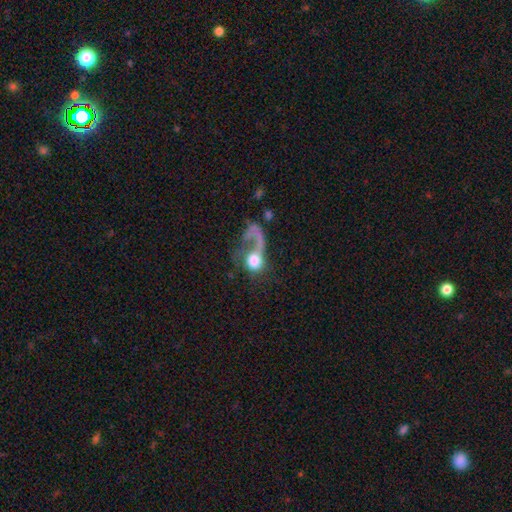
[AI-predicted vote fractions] Smooth or featured?
  - featured or disk: 54% *
  - smooth: 33%
  - star or artifact: 12%
Edge-on disk?
  - no: 94% *
  - yes: 6%
Bar?
  - no: 81% *
  - weak: 14%
  - strong: 5%
Spiral arms?
  - yes: 64% *
  - no: 36%
Bulge size?
  - moderate: 38% *
  - large: 34%
  - small: 11%
  - dominant: 11%
  - none: 6%
Merging?
  - major disturbance: 56% *
  - none: 22%
  - minor disturbance: 12%
  - merger: 11%